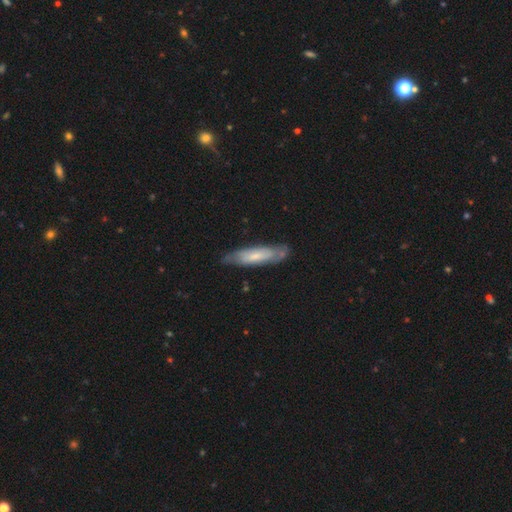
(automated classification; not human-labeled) A smooth galaxy with no disk features (51%) that is cigar-shaped (69%). Merging: none (73%).